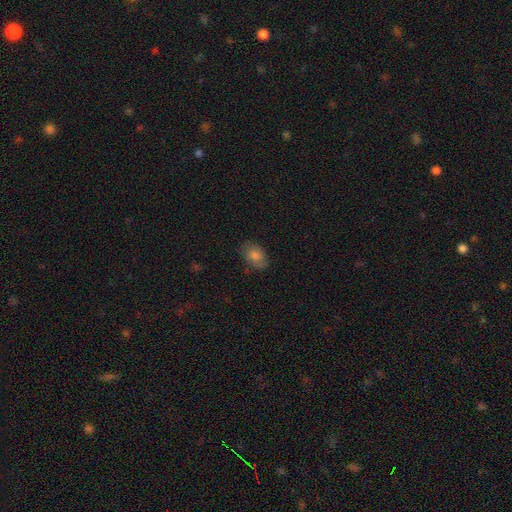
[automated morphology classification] This is likely a smooth galaxy (74%). How rounded: clearly in between (81%). Merging: likely none (78%).